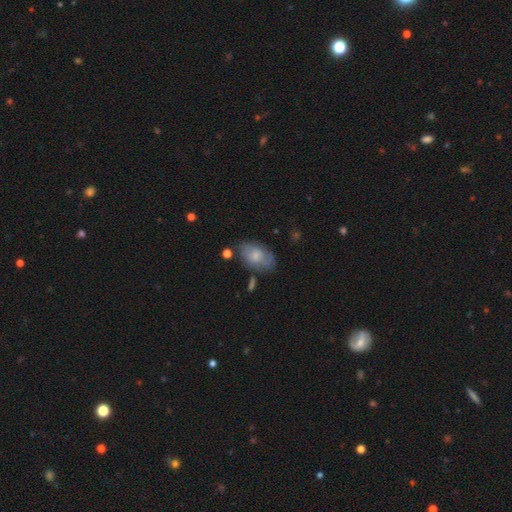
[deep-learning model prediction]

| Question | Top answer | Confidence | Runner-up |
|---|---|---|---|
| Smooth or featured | smooth | 67% | featured or disk (26%) |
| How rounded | in between | 90% | round (9%) |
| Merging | none | 63% | minor disturbance (24%) |